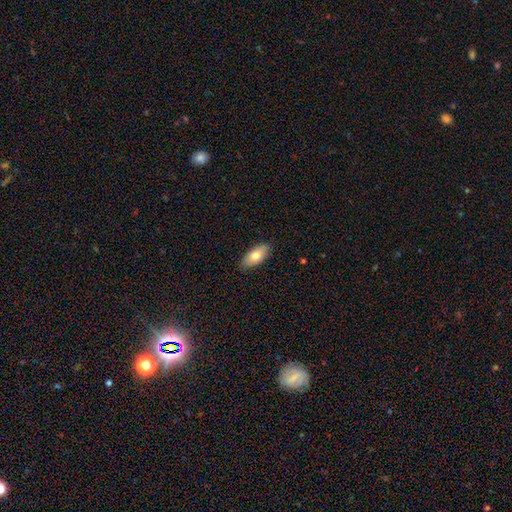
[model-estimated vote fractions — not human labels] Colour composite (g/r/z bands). It shows a smooth galaxy with no disk features (73%) that is in between round and cigar-shaped (87%). Merging: none (87%).